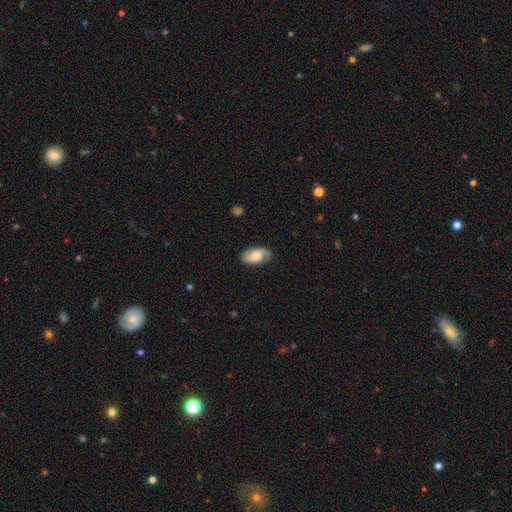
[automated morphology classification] Smooth or featured: featured or disk — 53% (smooth — 40%)
Edge-on disk: no — 95% (yes — 5%)
Bar: no — 63% (weak — 31%)
Spiral arms: yes — 90% (no — 10%)
Bulge size: moderate — 49% (large — 23%)
Merging: none — 78% (minor disturbance — 16%)